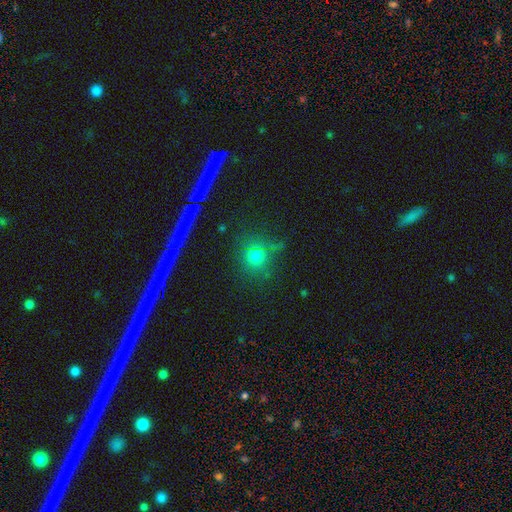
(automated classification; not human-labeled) Smooth or featured: smooth — 73% (star or artifact — 19%)
How rounded: round — 91% (in between — 8%)
Merging: none — 78% (minor disturbance — 12%)